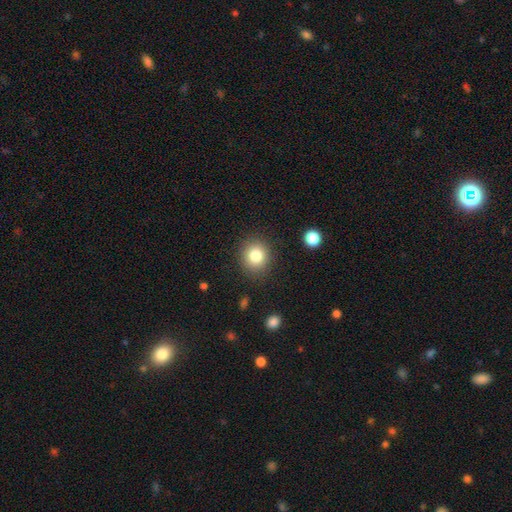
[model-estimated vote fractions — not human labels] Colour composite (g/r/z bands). It shows a smooth galaxy with no disk features (82%) that is round (82%). Merging: none (87%).